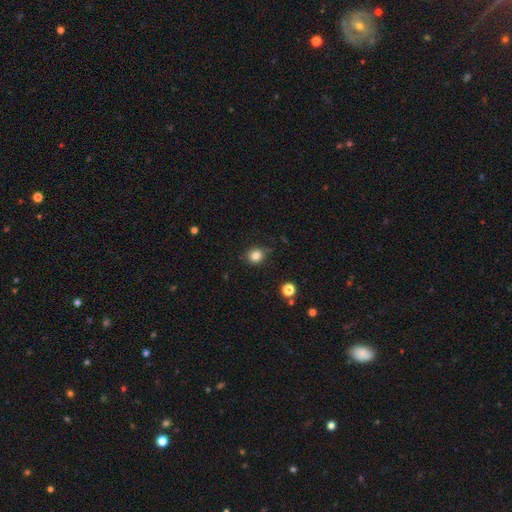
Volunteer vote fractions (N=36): smooth 92%, star or artifact 6%, featured or disk 3%. Down the decision tree: how rounded — round (82%); merging — none (82%).